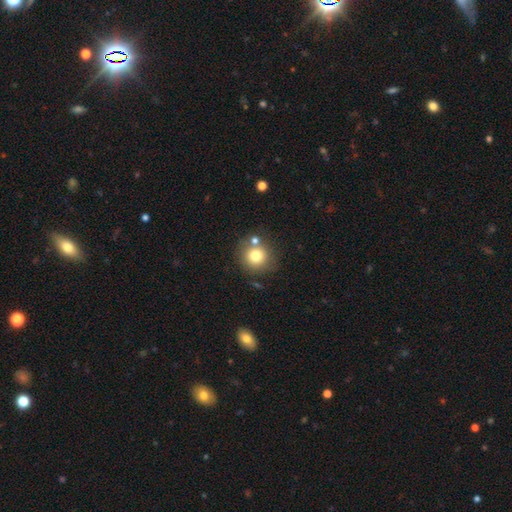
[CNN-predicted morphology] A smooth galaxy with no disk features (77%) that is round (91%). Merging: none (73%).